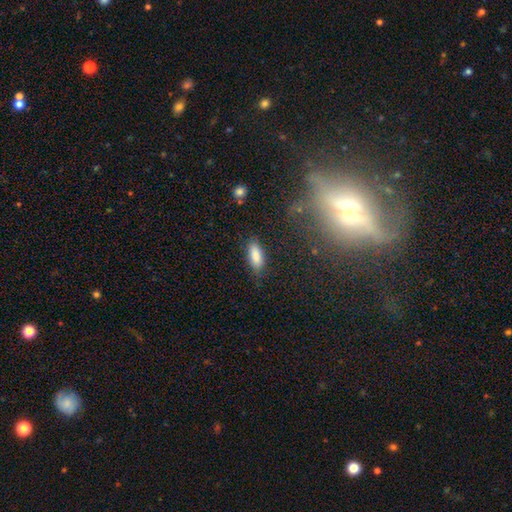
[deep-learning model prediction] The model was most divided on "how rounded": in between: 77%, cigar-shaped: 21%, round: 2%. More confident: smooth or featured — smooth (87%); merging — none (81%).